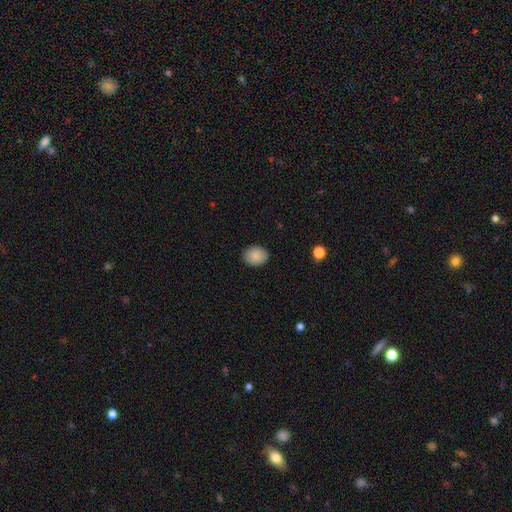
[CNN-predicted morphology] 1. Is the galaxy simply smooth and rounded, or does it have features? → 87% smooth, 8% star or artifact, 5% featured or disk.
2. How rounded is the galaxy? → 57% in between, 42% round, 1% cigar-shaped.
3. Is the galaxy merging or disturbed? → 88% none, 9% minor disturbance, 2% major disturbance, 1% merger.